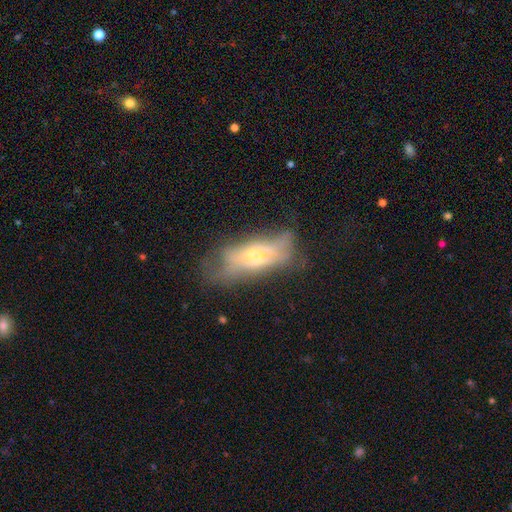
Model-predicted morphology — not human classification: Overall: featured or disk (54%; smooth 36%). Edge-on disk: no (65%; yes 35%). Merging: none (39%; minor disturbance 29%).